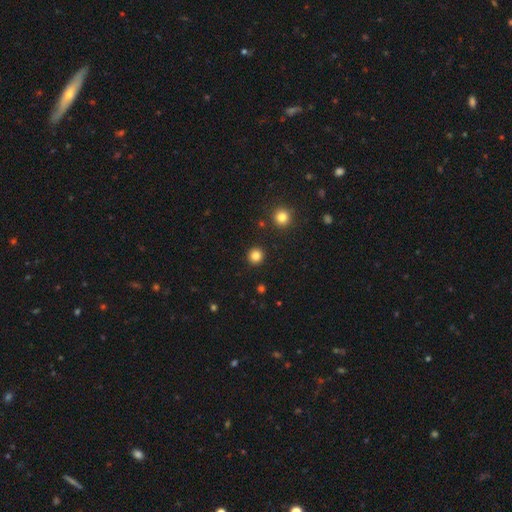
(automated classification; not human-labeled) Overall: smooth (83%). How rounded: round (94%). Merging: none (92%).